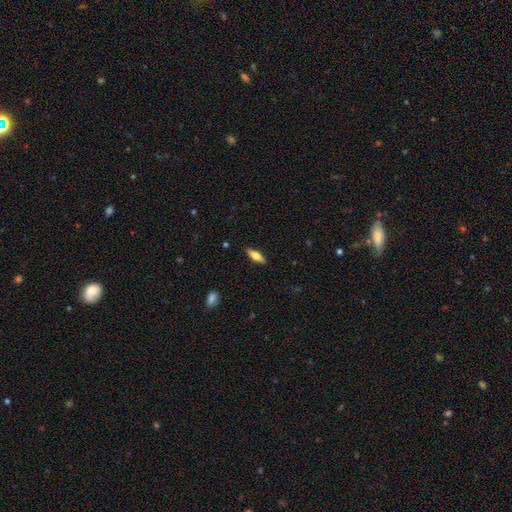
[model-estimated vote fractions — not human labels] smooth_or_featured: smooth (p=0.58) [alt: featured or disk p=0.35]
how_rounded: in between (p=0.56) [alt: cigar-shaped p=0.41]
merging: none (p=0.89) [alt: minor disturbance p=0.09]